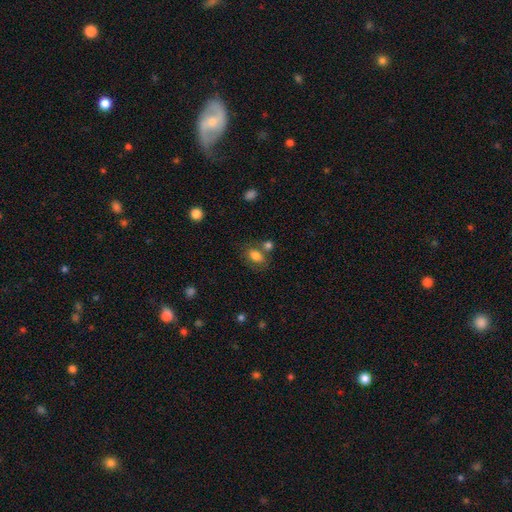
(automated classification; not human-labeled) Overall: smooth (80%). How rounded: in between (79%). Merging: none (58%; merger 22%).